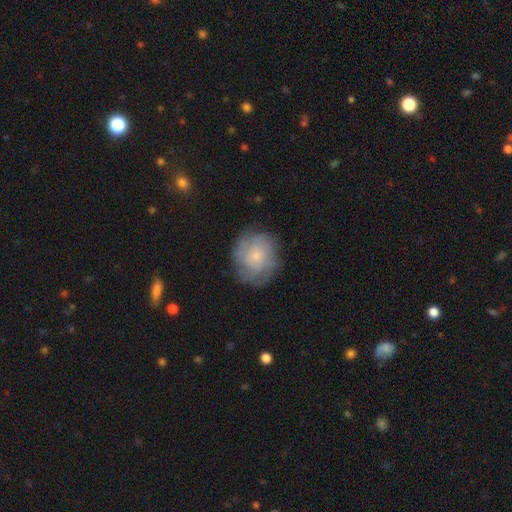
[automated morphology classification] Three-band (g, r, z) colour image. It shows a featured or disk galaxy (59%) with no bar (81%), spiral arms (86%) and a small central bulge (69%). Merging: none (74%).